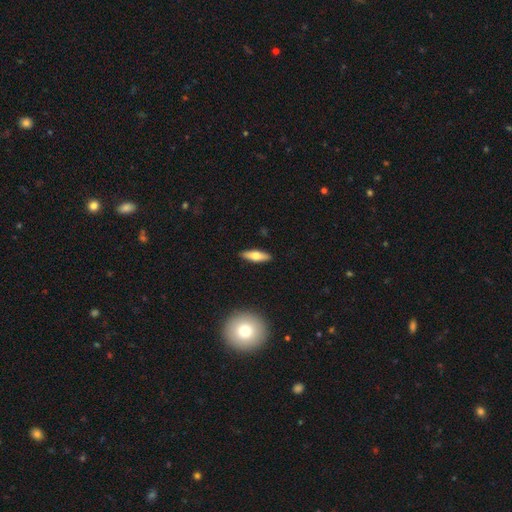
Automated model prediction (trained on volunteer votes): Smooth or featured? smooth (63%)
How rounded? in between (51%)
Merging? none (90%)